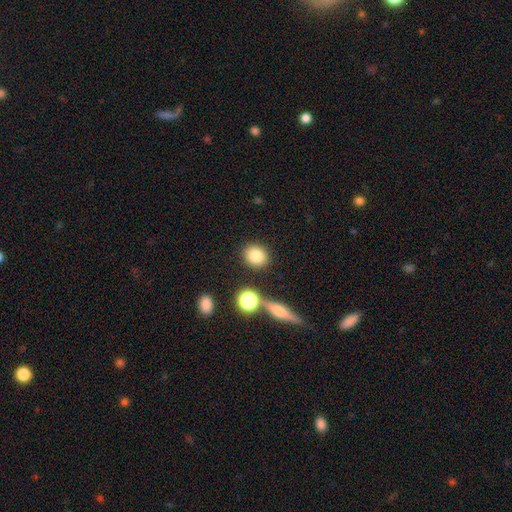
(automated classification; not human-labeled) A smooth galaxy with no disk features (82%) that is round (68%). Merging: none (83%).